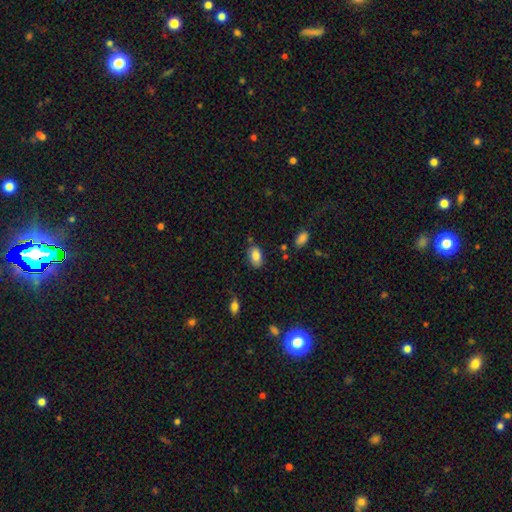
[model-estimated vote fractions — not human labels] Q: Smooth or featured?
A: smooth (84%); runner-up: featured or disk (8%)
Q: How rounded?
A: in between (91%); runner-up: round (8%)
Q: Merging?
A: none (76%); runner-up: minor disturbance (17%)